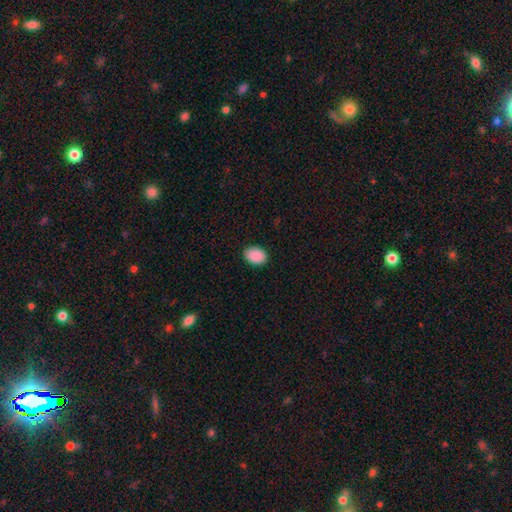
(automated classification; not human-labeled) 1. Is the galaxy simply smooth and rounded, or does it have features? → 91% smooth, 7% star or artifact, 2% featured or disk.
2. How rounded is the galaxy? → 76% in between, 23% round, 1% cigar-shaped.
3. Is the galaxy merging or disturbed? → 89% none, 8% minor disturbance, 2% major disturbance, 1% merger.